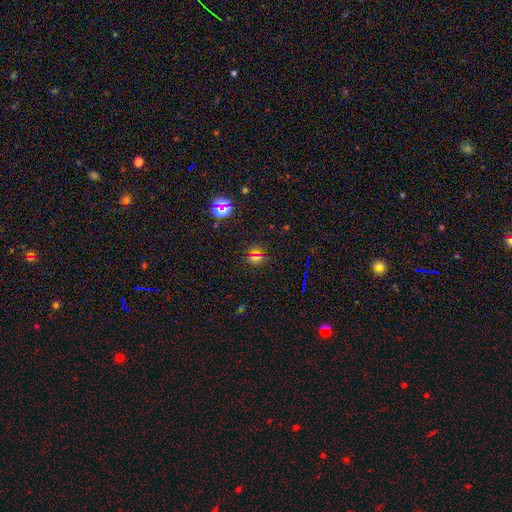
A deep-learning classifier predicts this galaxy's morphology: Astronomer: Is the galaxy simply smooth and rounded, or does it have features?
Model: smooth — 50% (runner-up: star or artifact, 41%).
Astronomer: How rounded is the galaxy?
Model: round — 85%.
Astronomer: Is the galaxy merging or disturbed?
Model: none — 82%.